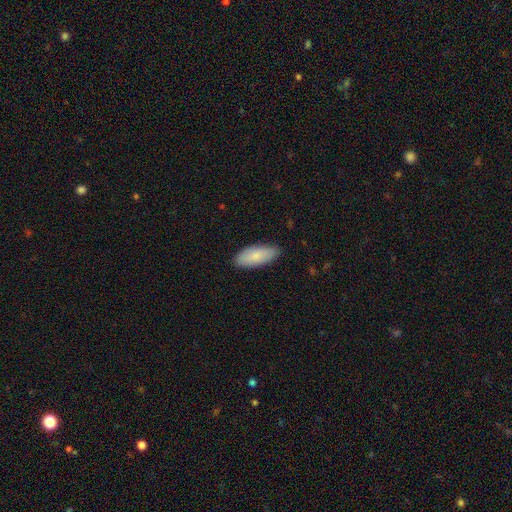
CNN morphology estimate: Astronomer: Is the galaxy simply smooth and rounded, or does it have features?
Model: smooth — 85%.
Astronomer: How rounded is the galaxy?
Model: in between — 83%.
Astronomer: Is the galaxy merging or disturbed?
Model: none — 87%.